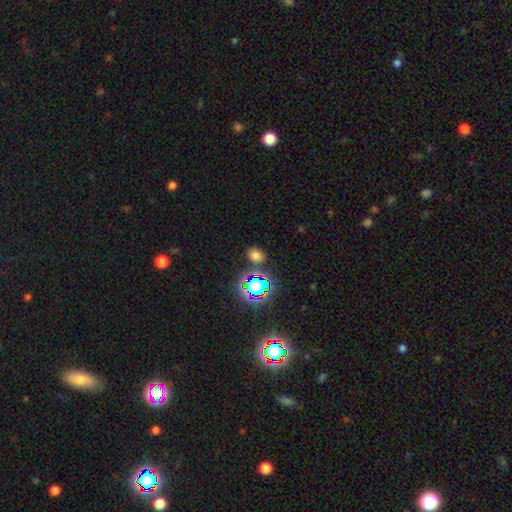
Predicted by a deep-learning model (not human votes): Smooth or featured? smooth (67%)
How rounded? in between (59%)
Merging? none (80%)